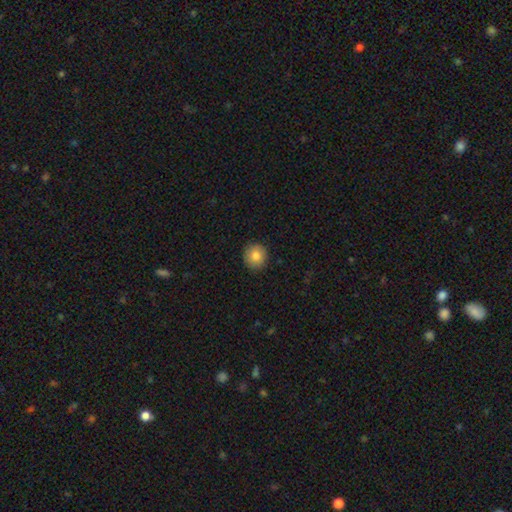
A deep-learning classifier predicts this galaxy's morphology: type=smooth (84%); roundness=round (90%); merging=none (90%).